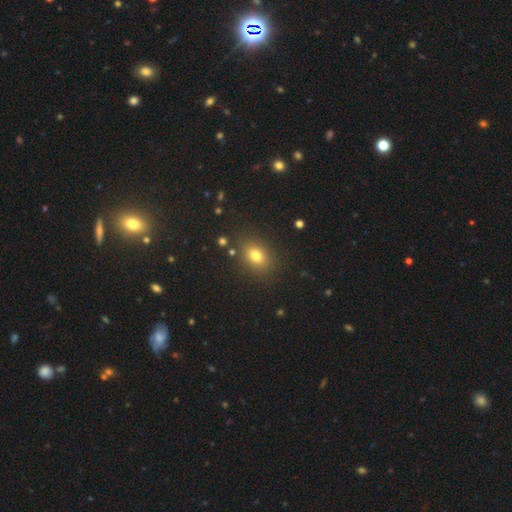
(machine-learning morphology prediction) A smooth galaxy with no disk features (76%) that is in between round and cigar-shaped (64%).

Vote fractions:
- Smooth or featured? smooth: 76% / star or artifact: 14% / featured or disk: 10%
- How rounded? in between: 64% / round: 34% / cigar-shaped: 2%
- Merging? none: 84% / minor disturbance: 10% / major disturbance: 3% / merger: 3%